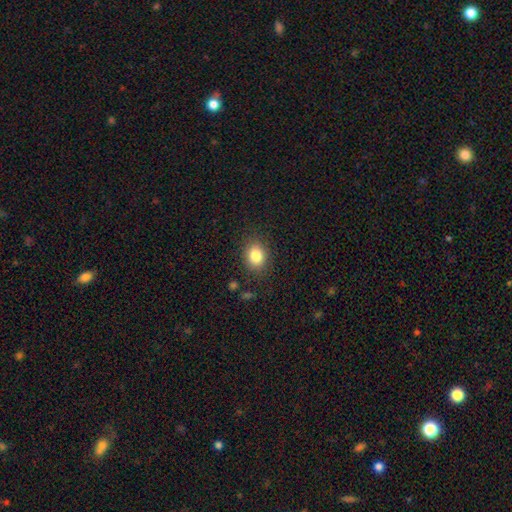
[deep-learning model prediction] Morphology: type=smooth (83%); roundness=round (54%); merging=none (85%).